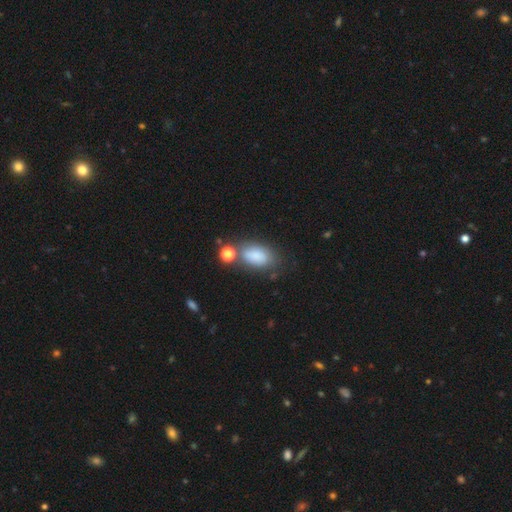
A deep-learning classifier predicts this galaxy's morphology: This appears to be a smooth galaxy with no disk features (81%) that is in between round and cigar-shaped (89%). Merging: none (54%).